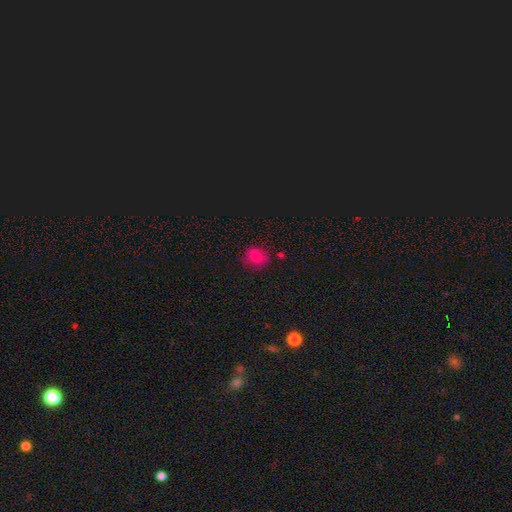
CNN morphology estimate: Smooth or featured? Predicted: smooth (p=0.63). How rounded? Predicted: round (p=0.57). Merging? Predicted: none (p=0.70).